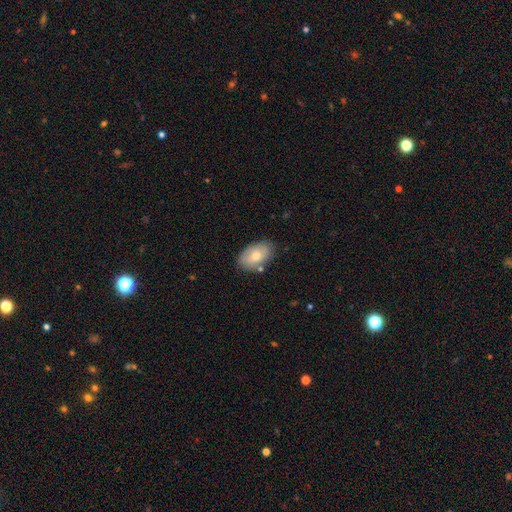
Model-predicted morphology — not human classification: The model was most divided on "smooth or featured": smooth: 71%, featured or disk: 22%, star or artifact: 7%. More confident: how rounded — in between (92%); merging — none (80%).